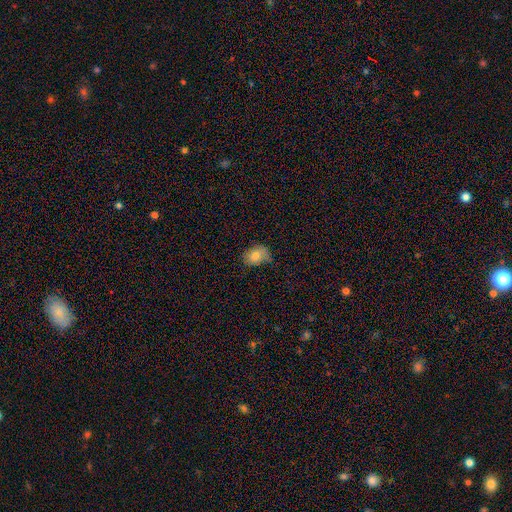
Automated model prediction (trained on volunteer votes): A smooth galaxy with no disk features (80%) that is in between round and cigar-shaped (67%). Merging: none (57%).